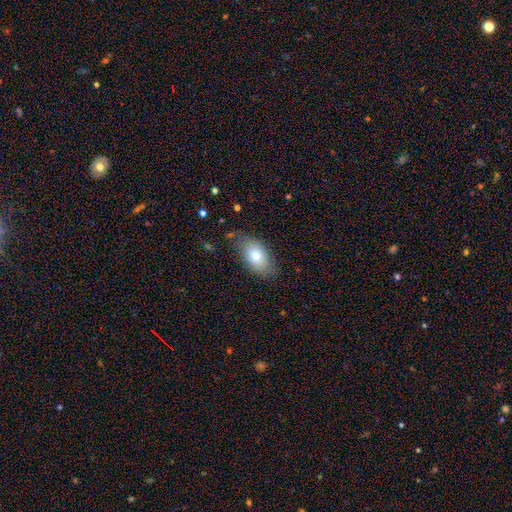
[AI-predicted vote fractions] This appears to be a smooth galaxy with no disk features (77%) that is in between round and cigar-shaped (92%). Merging: none (75%).